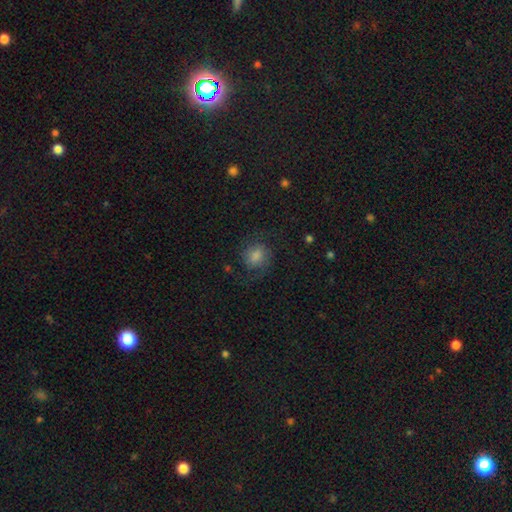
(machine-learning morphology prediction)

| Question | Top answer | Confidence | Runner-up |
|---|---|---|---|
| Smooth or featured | smooth | 50% | featured or disk (36%) |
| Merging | none | 71% | minor disturbance (16%) |